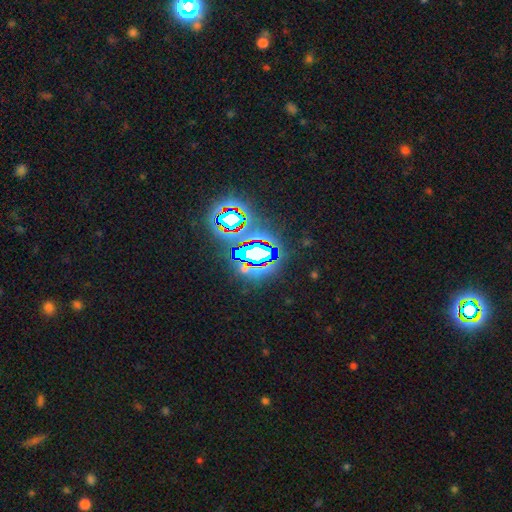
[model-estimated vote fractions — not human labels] Smooth or featured? Predicted: star or artifact (p=0.69).